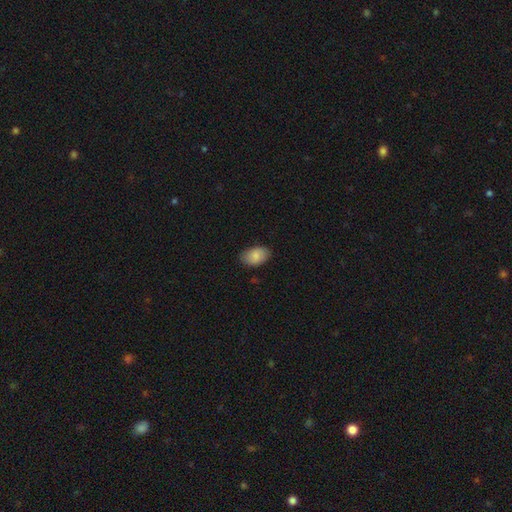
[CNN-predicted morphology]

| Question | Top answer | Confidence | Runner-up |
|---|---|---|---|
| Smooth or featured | smooth | 85% | featured or disk (9%) |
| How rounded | in between | 92% | round (7%) |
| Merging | none | 81% | minor disturbance (15%) |